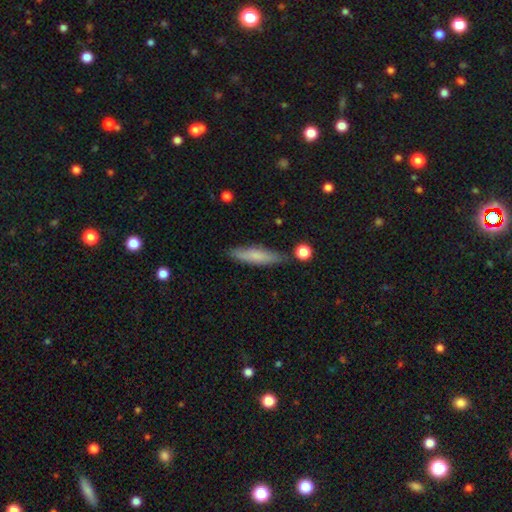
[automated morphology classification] Overall: smooth (72%). How rounded: cigar-shaped (80%). Merging: none (81%).